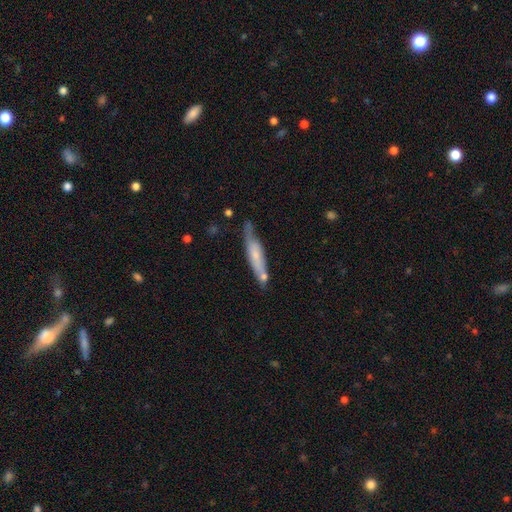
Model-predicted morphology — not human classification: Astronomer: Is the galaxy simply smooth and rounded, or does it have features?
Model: smooth — 51% (runner-up: featured or disk, 43%).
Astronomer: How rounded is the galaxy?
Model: cigar-shaped — 86%.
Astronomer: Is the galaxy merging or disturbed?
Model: none — 57%.